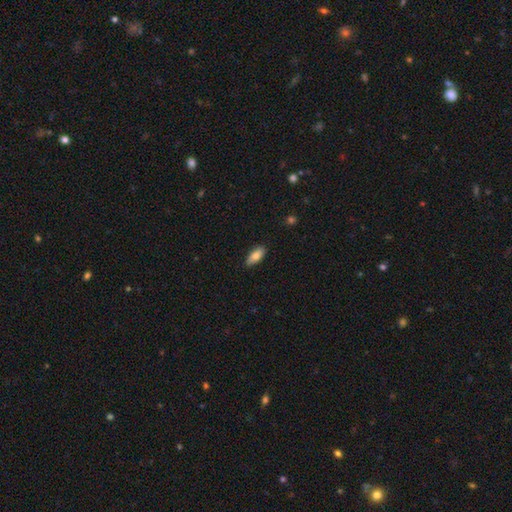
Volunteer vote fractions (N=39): Q: Smooth or featured?
A: smooth (74%); runner-up: featured or disk (23%)
Q: How rounded?
A: in between (90%); runner-up: cigar-shaped (10%)
Q: Merging?
A: none (79%); runner-up: minor disturbance (21%)